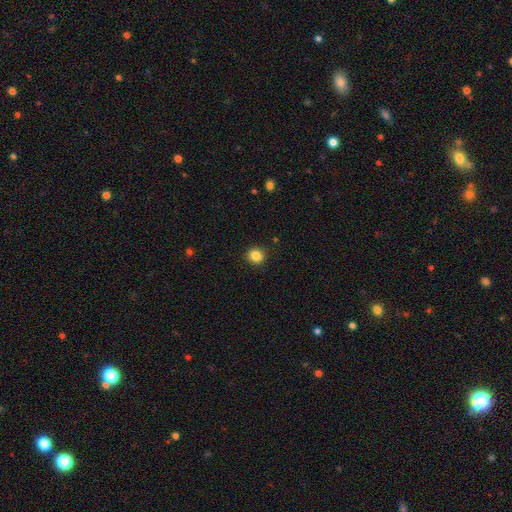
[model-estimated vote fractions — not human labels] This is clearly a smooth galaxy (85%). How rounded: clearly round (84%). Merging: clearly none (91%).